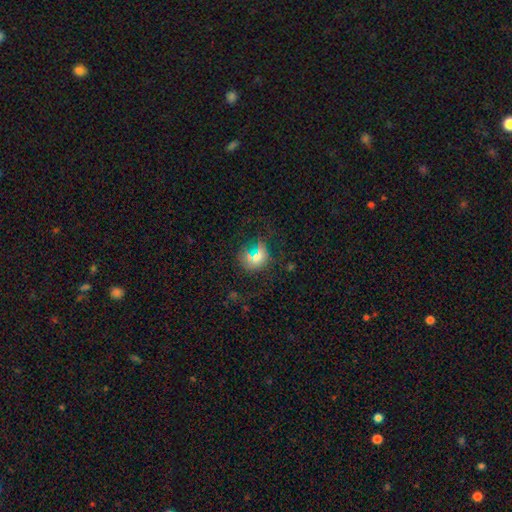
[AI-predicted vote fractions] Morphology: type=smooth (63%); roundness=round (76%); merging=none (63%).